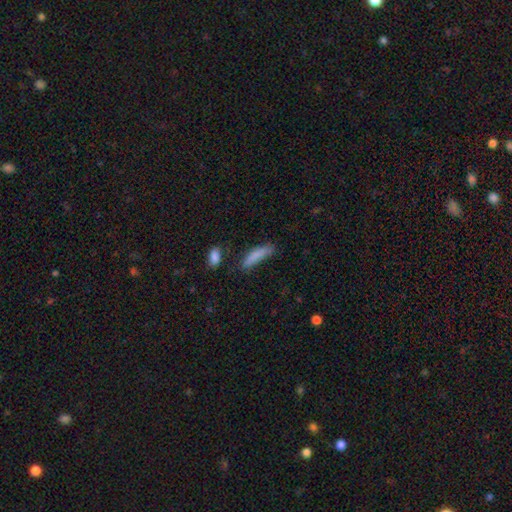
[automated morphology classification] Smooth or featured? smooth (83%)
How rounded? cigar-shaped (72%)
Merging? none (56%)